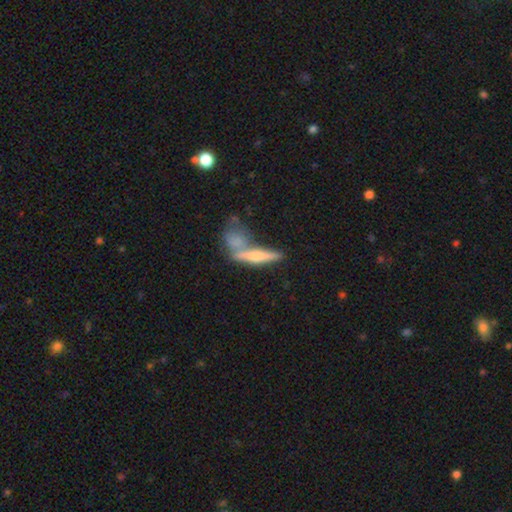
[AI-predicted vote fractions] The model was most divided on "smooth or featured": smooth: 51%, featured or disk: 41%, star or artifact: 7%. Remaining: how rounded — cigar-shaped (78%); merging — none (49%).